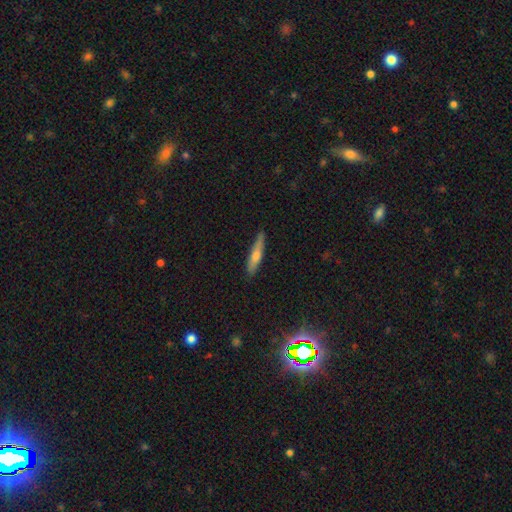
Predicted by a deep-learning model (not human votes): smooth 46%, featured or disk 43%, star or artifact 11%. Down the decision tree: merging — none (86%).